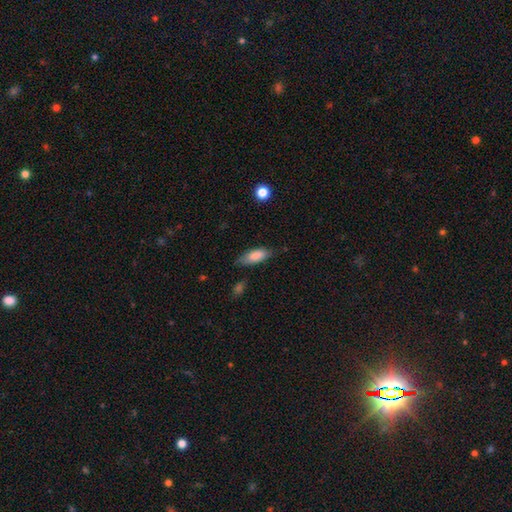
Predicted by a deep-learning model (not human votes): A smooth galaxy with no disk features (82%) that is in between round and cigar-shaped (78%). Merging: none (70%).